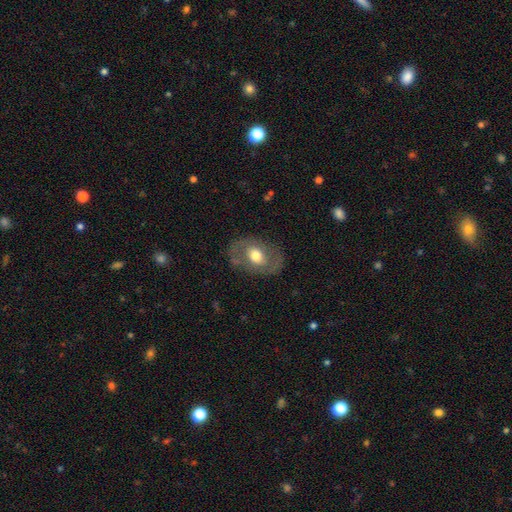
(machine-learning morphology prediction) This is possibly a featured or disk galaxy (47%). Merging: likely none (76%).